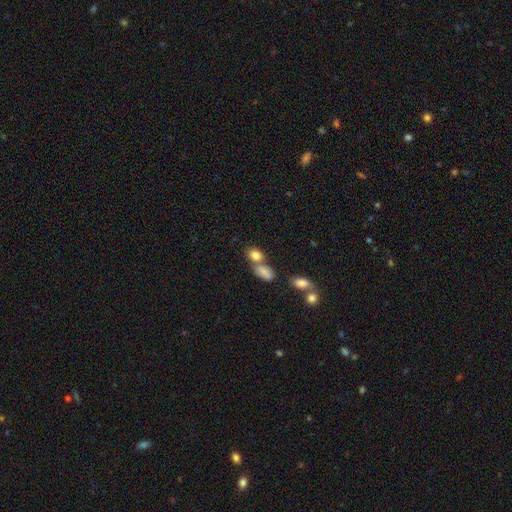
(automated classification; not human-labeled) This is clearly a smooth galaxy (82%). How rounded: likely in between (70%). Merging: marginally none (45%).